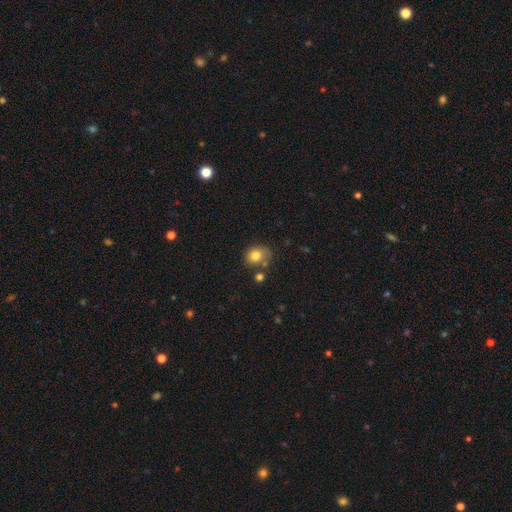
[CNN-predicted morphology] Smooth or featured? smooth (79%)
How rounded? round (60%)
Merging? none (56%)